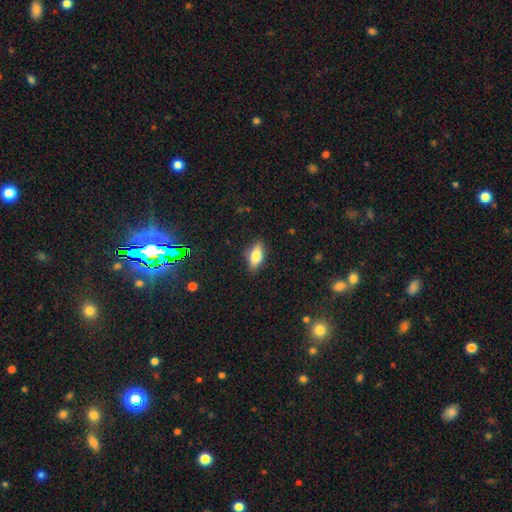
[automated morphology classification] This appears to be a smooth galaxy with no disk features (76%) that is in between round and cigar-shaped (83%). Merging: none (85%).